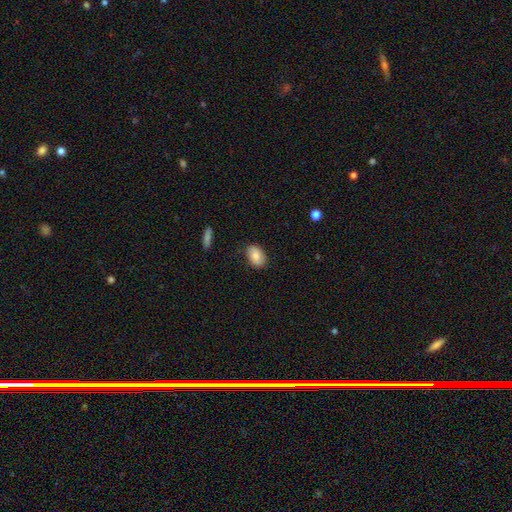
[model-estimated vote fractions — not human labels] A smooth galaxy with no disk features (80%) that is in between round and cigar-shaped (87%).

Vote fractions:
- Smooth or featured? smooth: 80% / featured or disk: 13% / star or artifact: 7%
- How rounded? in between: 87% / round: 12% / cigar-shaped: 1%
- Merging? none: 83% / minor disturbance: 13% / major disturbance: 2% / merger: 2%